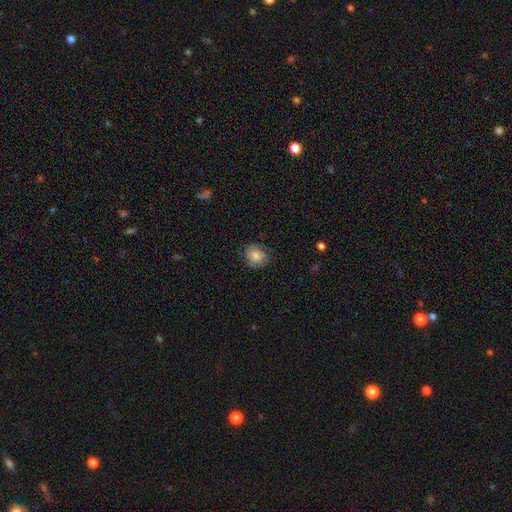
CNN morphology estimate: Smooth or featured? Predicted: smooth (p=0.79). How rounded? Predicted: round (p=0.78). Merging? Predicted: none (p=0.77).